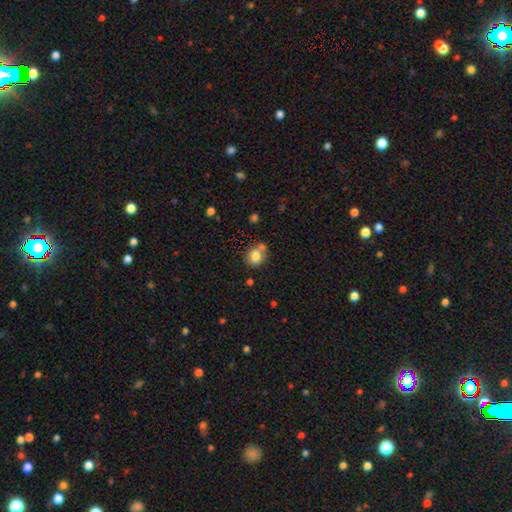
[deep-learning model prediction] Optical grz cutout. It shows a smooth galaxy with no disk features (79%) that is round (53%). Merging: none (49%).